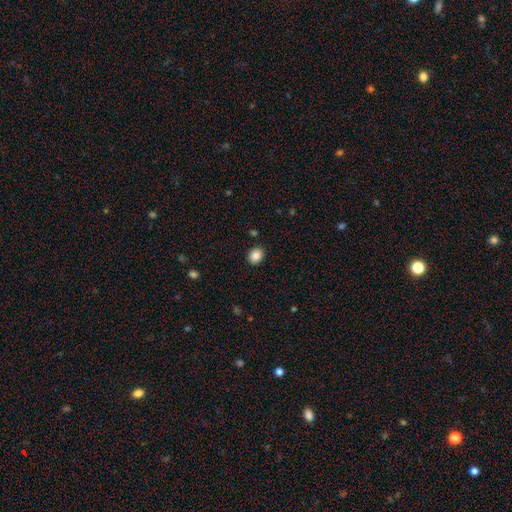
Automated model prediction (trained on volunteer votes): Smooth or featured: smooth — 87% (star or artifact — 9%)
How rounded: round — 58% (in between — 41%)
Merging: none — 89% (minor disturbance — 8%)